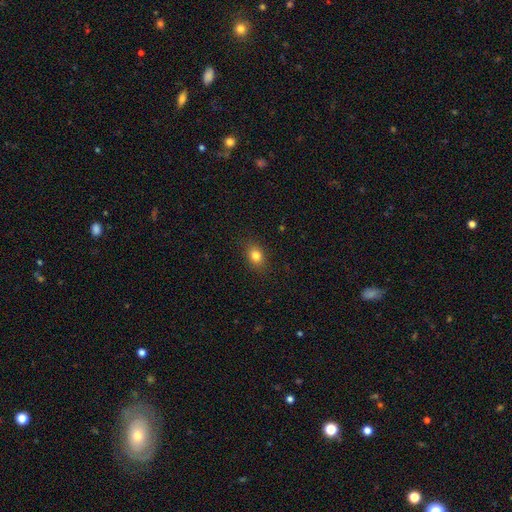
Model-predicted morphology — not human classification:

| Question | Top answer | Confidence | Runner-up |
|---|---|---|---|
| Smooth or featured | smooth | 81% | star or artifact (11%) |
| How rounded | in between | 66% | round (32%) |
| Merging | none | 87% | minor disturbance (9%) |